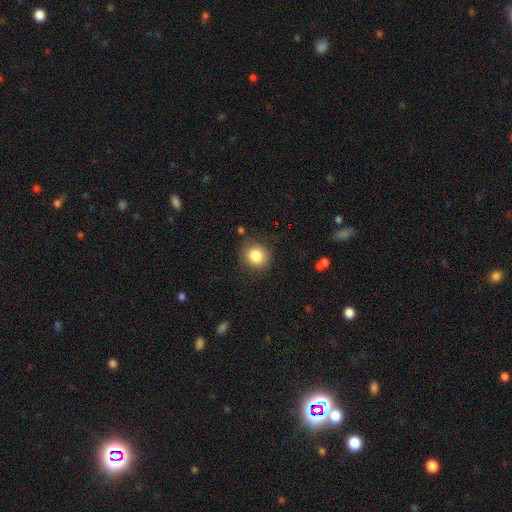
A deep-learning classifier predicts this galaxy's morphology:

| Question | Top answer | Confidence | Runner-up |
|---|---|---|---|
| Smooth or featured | smooth | 83% | star or artifact (10%) |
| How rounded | round | 86% | in between (13%) |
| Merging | none | 85% | minor disturbance (10%) |